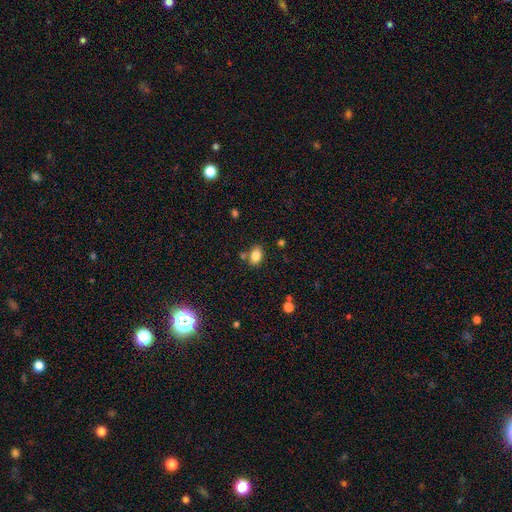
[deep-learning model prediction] Smooth or featured? smooth (83%)
How rounded? in between (80%)
Merging? none (73%)